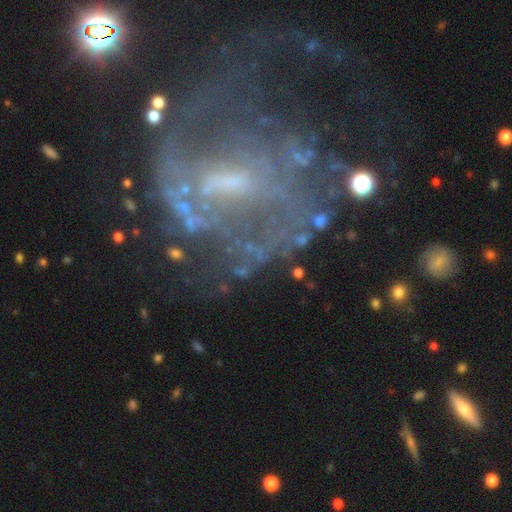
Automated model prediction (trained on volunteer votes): This is likely a featured or disk galaxy (76%). It is clearly not viewed edge-on (97%). Bar: possibly weak (49%). Spiral arm pattern: likely yes (72%). Spiral arm count: marginally 2 (37%). Spiral winding: marginally medium (40%). Central bulge: possibly small (46%). Merging: marginally none (45%).